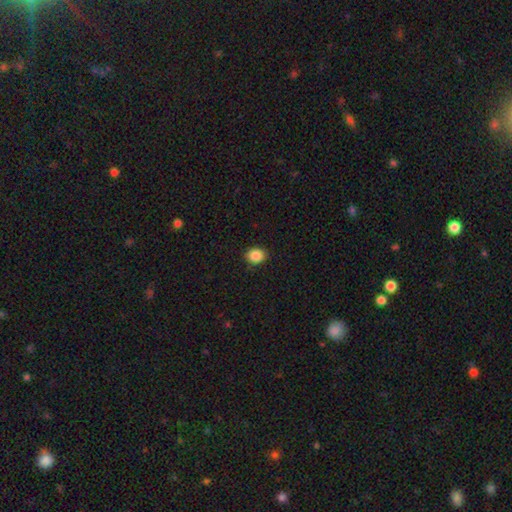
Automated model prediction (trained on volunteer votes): Smooth or featured? smooth (88%)
How rounded? round (59%)
Merging? none (90%)